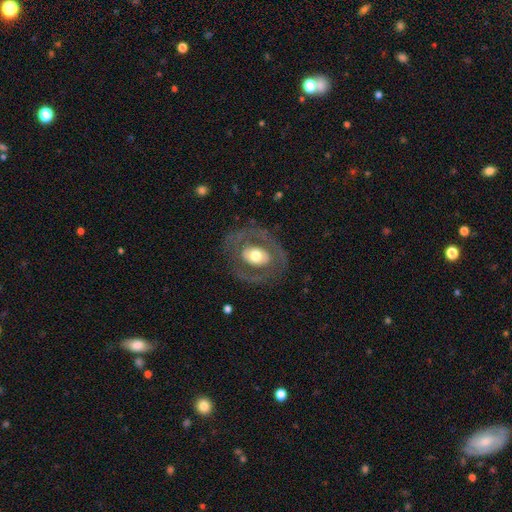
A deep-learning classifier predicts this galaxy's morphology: This is likely a featured or disk galaxy (64%). It is clearly not viewed edge-on (95%). Bar: likely no (68%). Spiral arm pattern: likely no (65%). Central bulge: possibly moderate (58%). Merging: likely none (74%).